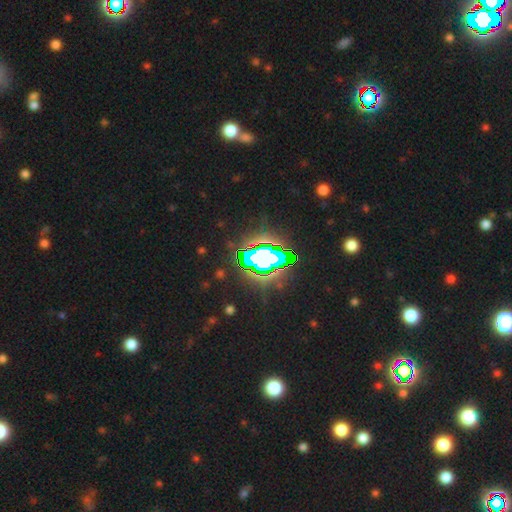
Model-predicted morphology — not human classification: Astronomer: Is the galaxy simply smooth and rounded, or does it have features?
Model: star or artifact — 83%.